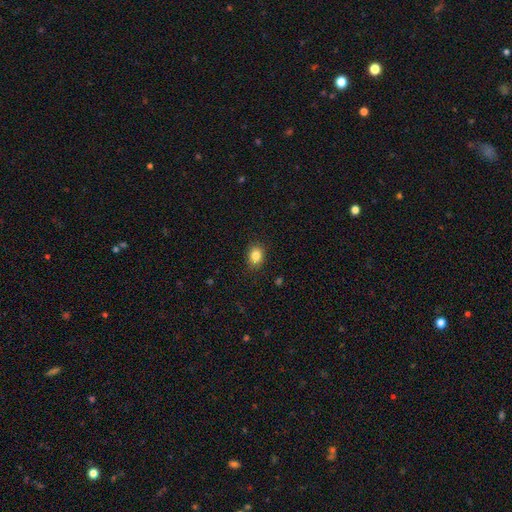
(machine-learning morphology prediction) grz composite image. It shows a smooth galaxy with no disk features (84%) that is in between round and cigar-shaped (54%). Merging: none (87%).